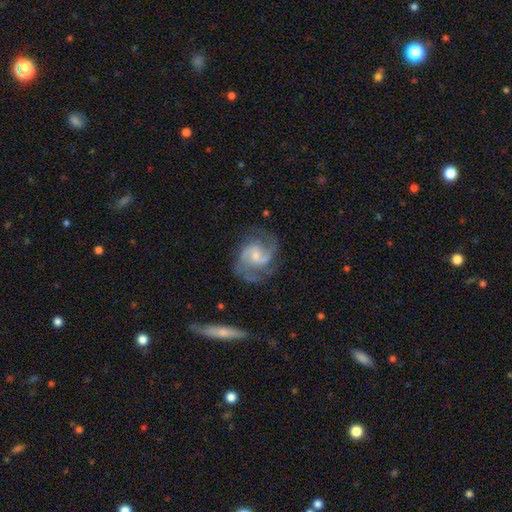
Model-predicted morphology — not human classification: smooth-or-featured: featured or disk: 86% | smooth: 8% | star or artifact: 5%
  disk-edge-on: no: 98% | yes: 2%
    bar: weak: 50% | no: 40% | strong: 10%
    has-spiral-arms: yes: 97% | no: 3%
      spiral-winding: medium: 57% | loose: 23% | tight: 21%
      spiral-arm-count: 2: 74% | 3: 11% | can't tell: 7% | 1: 3% | 4: 2% | more than 4: 2%
    bulge-size: small: 51% | moderate: 35% | none: 10% | large: 4% | dominant: 1%
  merging: none: 68% | minor disturbance: 19% | major disturbance: 12% | merger: 2%